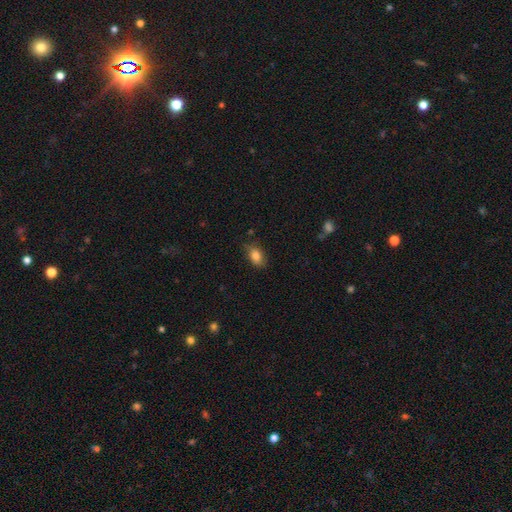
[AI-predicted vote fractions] A smooth galaxy with no disk features (83%) that is in between round and cigar-shaped (85%).

Vote fractions:
- Smooth or featured? smooth: 83% / star or artifact: 9% / featured or disk: 8%
- How rounded? in between: 85% / round: 12% / cigar-shaped: 2%
- Merging? none: 76% / minor disturbance: 19% / major disturbance: 3% / merger: 1%